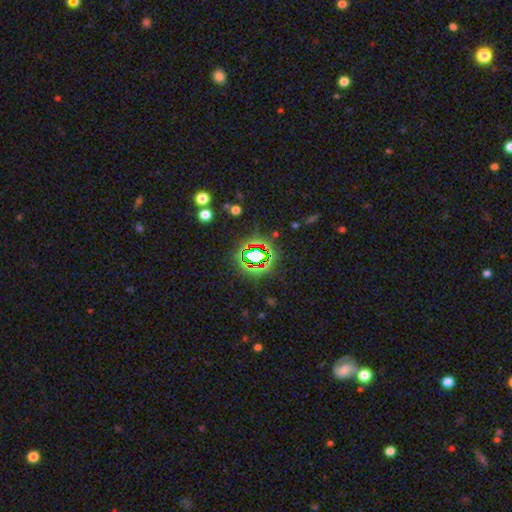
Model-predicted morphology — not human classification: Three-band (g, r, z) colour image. It shows a star or artifact, not a galaxy (72%).